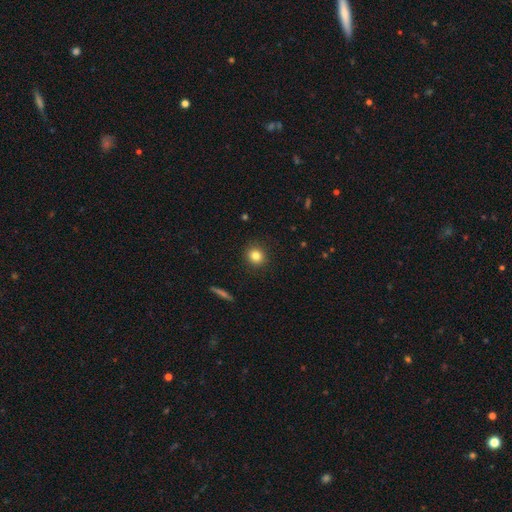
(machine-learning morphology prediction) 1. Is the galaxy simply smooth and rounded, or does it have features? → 82% smooth, 11% star or artifact, 7% featured or disk.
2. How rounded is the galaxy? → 89% round, 10% in between, 1% cigar-shaped.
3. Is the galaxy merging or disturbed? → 91% none, 6% minor disturbance, 2% major disturbance, 1% merger.